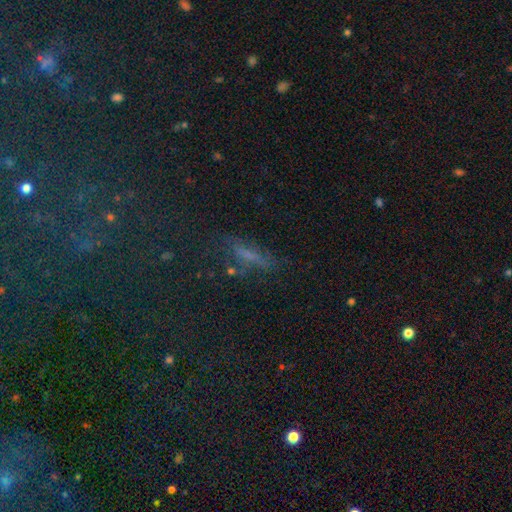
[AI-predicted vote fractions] Smooth or featured? star or artifact (40%)